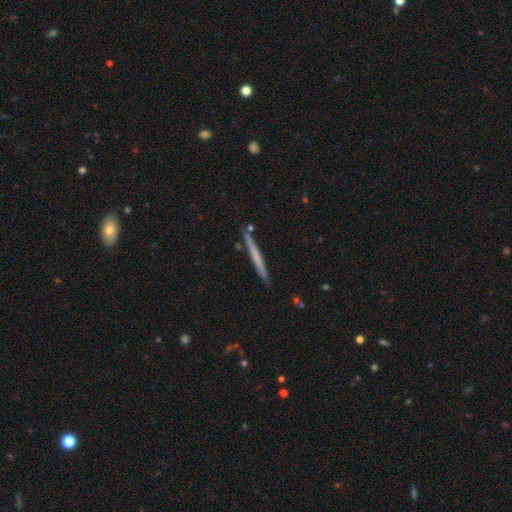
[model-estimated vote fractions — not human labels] Smooth or featured: smooth — 52% (featured or disk — 42%)
How rounded: cigar-shaped — 97% (in between — 2%)
Merging: none — 89% (minor disturbance — 7%)